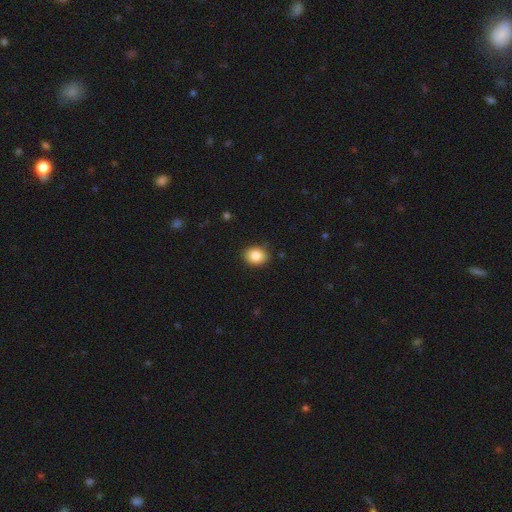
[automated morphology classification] A smooth galaxy with no disk features (85%) that is in between round and cigar-shaped (53%). Merging: none (87%).